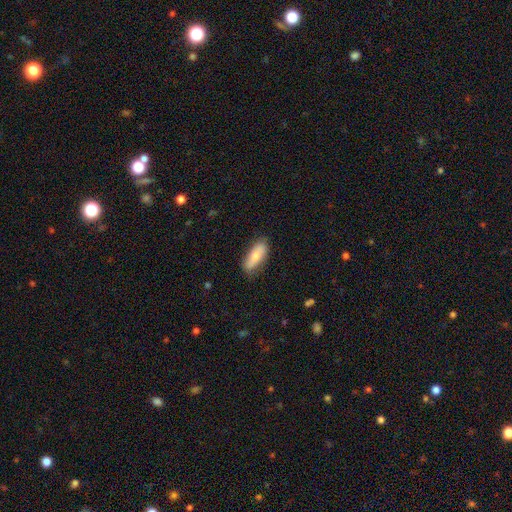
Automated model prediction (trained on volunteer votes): Smooth or featured?
  - smooth: 74% *
  - featured or disk: 20%
  - star or artifact: 6%
How rounded?
  - in between: 72% *
  - cigar-shaped: 25%
  - round: 2%
Merging?
  - none: 77% *
  - minor disturbance: 19%
  - major disturbance: 3%
  - merger: 1%